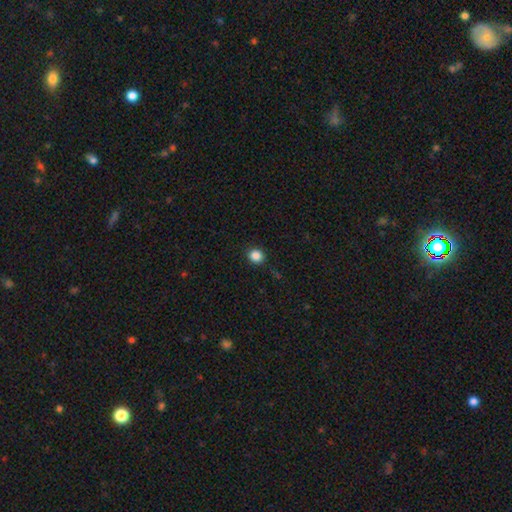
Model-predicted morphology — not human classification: smooth-or-featured: smooth: 86% | star or artifact: 11% | featured or disk: 3%
  how-rounded: round: 84% | in between: 15% | cigar-shaped: 1%
  merging: none: 90% | minor disturbance: 7% | major disturbance: 2% | merger: 1%